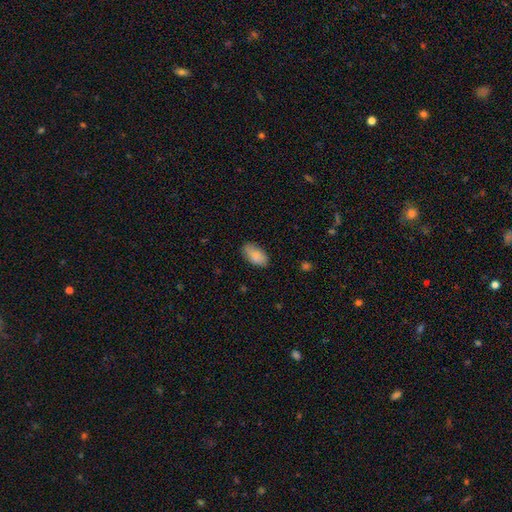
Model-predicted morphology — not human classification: Overall: smooth (86%). How rounded: in between (93%). Merging: none (79%).